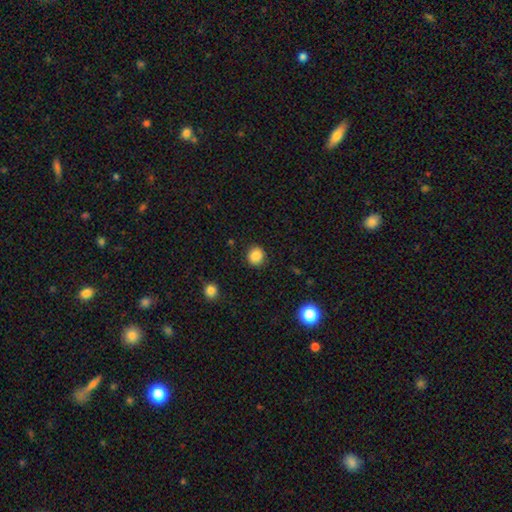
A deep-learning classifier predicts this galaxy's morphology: The model was most divided on "smooth or featured": smooth: 87%, star or artifact: 10%, featured or disk: 3%. More confident: merging — none (90%); how rounded — round (88%).